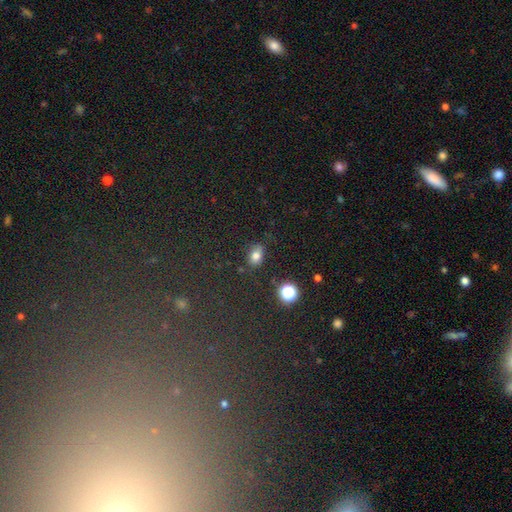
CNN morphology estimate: This appears to be a smooth galaxy with no disk features (77%) that is in between round and cigar-shaped (72%). Merging: none (71%).